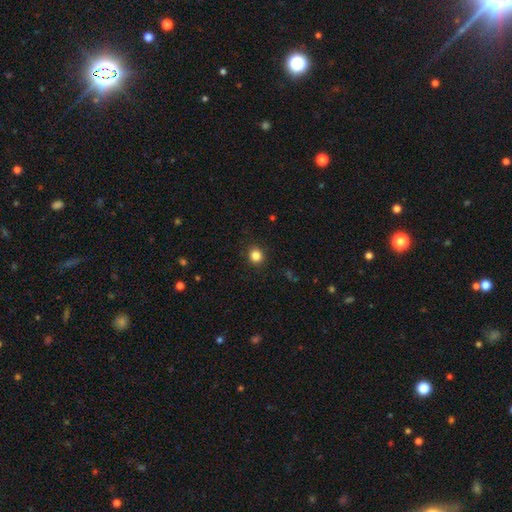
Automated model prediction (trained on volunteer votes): Smooth or featured? smooth (84%)
How rounded? round (89%)
Merging? none (91%)